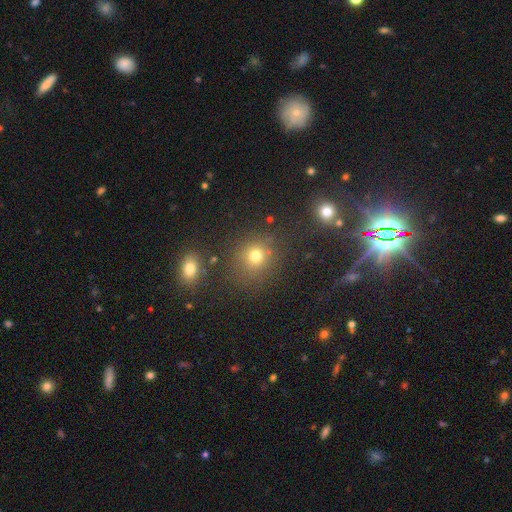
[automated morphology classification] smooth 71%, star or artifact 21%, featured or disk 7%. Down the decision tree: how rounded — round (83%); merging — none (77%).